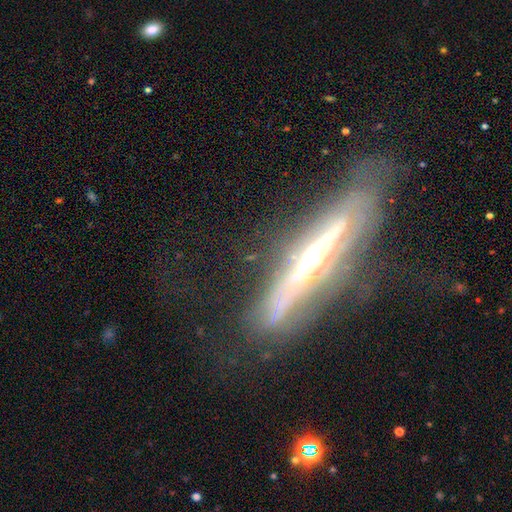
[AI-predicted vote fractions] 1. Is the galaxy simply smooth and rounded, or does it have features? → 81% featured or disk, 12% smooth, 6% star or artifact.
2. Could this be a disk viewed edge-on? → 83% yes, 17% no.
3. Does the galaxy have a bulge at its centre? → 75% rounded, 17% none, 7% boxy.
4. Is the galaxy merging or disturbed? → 61% none, 22% minor disturbance, 14% major disturbance, 3% merger.